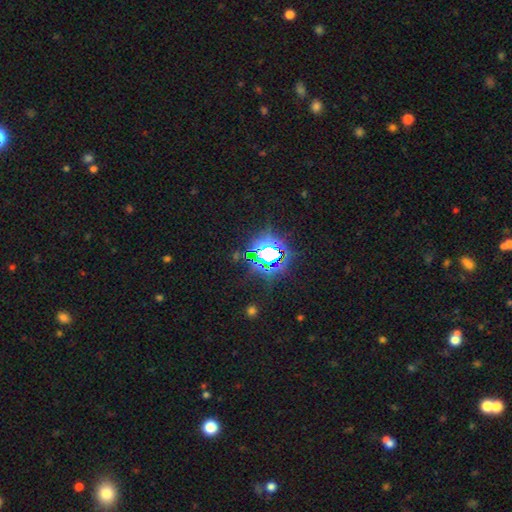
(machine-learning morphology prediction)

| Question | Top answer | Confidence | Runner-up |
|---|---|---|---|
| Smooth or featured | star or artifact | 82% | smooth (12%) |